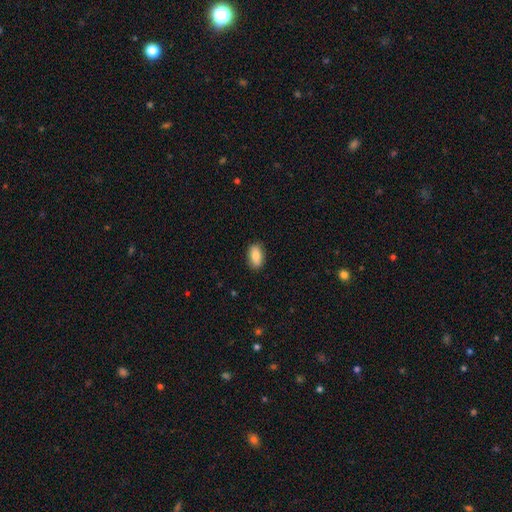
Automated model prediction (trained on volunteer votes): smooth 85%, featured or disk 8%, star or artifact 7%. Down the decision tree: how rounded — in between (91%); merging — none (88%).